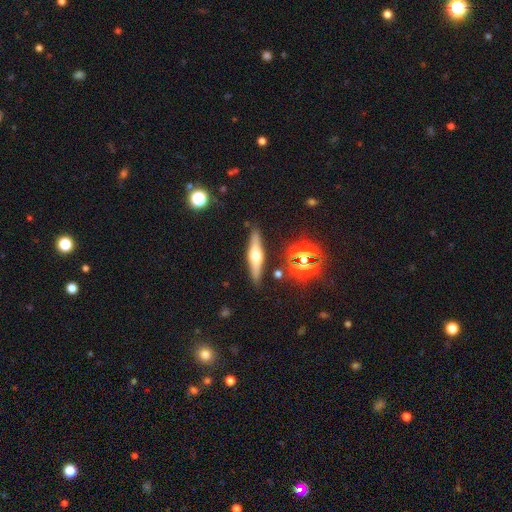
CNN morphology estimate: smooth-or-featured: featured or disk: 58% | smooth: 32% | star or artifact: 10%
  disk-edge-on: yes: 93% | no: 7%
    edge-on-bulge: rounded: 92% | boxy: 5% | none: 3%
  merging: none: 87% | minor disturbance: 8% | merger: 2% | major disturbance: 2%